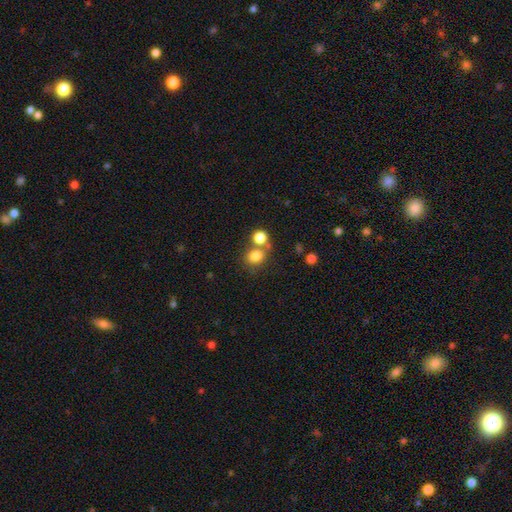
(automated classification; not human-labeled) Q: Smooth or featured?
A: smooth (80%); runner-up: star or artifact (13%)
Q: How rounded?
A: round (67%); runner-up: in between (32%)
Q: Merging?
A: none (56%); runner-up: merger (30%)